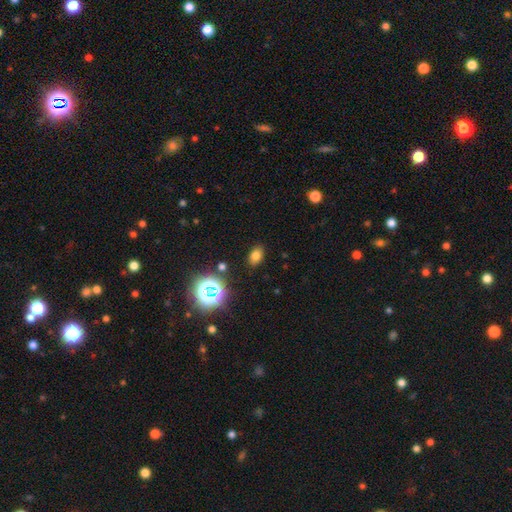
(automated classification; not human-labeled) Smooth or featured? smooth (74%)
How rounded? in between (82%)
Merging? none (87%)